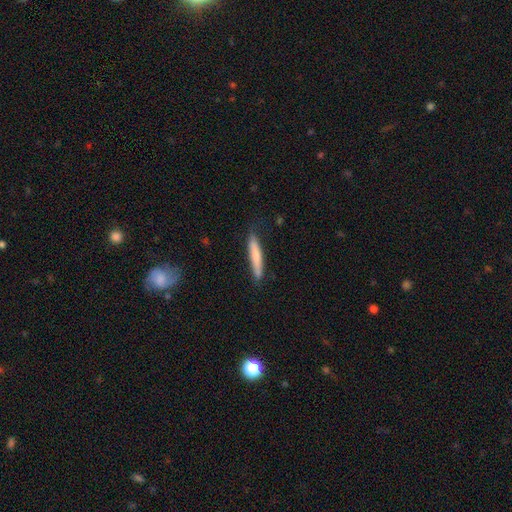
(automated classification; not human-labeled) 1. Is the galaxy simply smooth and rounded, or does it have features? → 74% smooth, 20% featured or disk, 5% star or artifact.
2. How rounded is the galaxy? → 92% cigar-shaped, 6% in between, 1% round.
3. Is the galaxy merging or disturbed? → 79% none, 16% minor disturbance, 3% major disturbance, 2% merger.